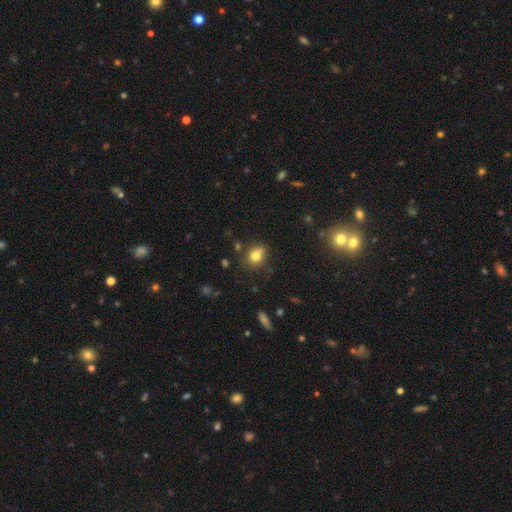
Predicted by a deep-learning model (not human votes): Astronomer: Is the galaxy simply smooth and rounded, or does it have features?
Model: smooth — 77%.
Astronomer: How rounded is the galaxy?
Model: round — 59% (runner-up: in between, 39%).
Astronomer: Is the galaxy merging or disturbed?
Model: none — 61%.